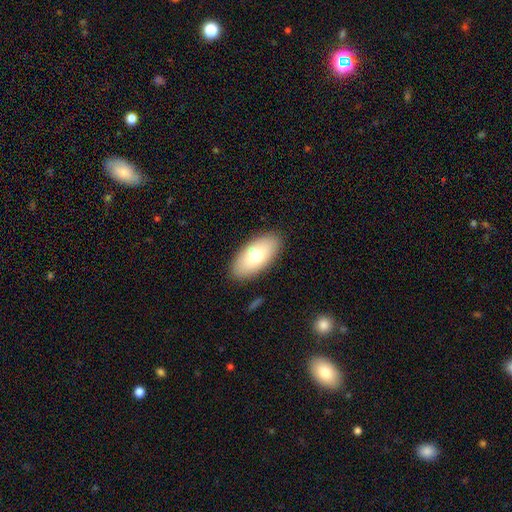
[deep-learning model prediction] This appears to be a smooth galaxy with no disk features (73%) that is in between round and cigar-shaped (91%). Merging: none (87%).